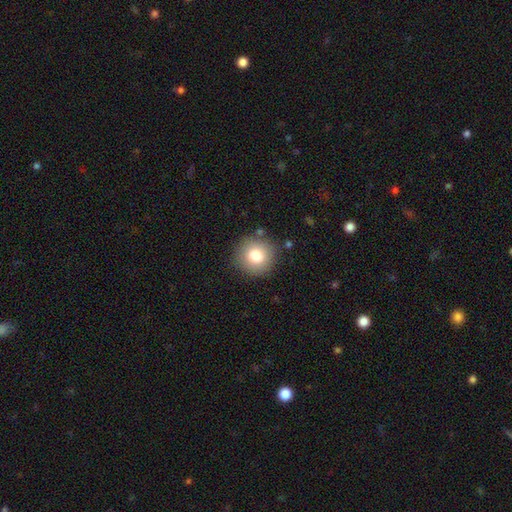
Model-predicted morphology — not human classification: The model was most divided on "smooth or featured": smooth: 78%, featured or disk: 11%, star or artifact: 11%. More confident: how rounded — round (94%); merging — none (87%).